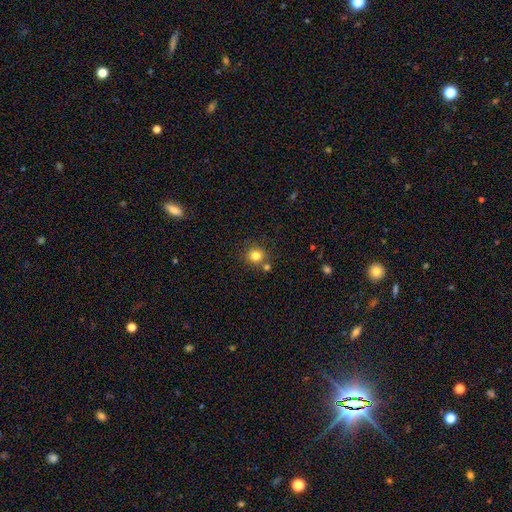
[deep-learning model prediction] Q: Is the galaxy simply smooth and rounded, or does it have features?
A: smooth — 80%.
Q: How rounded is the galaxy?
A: round — 88%.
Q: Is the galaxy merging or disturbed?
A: none — 72%.